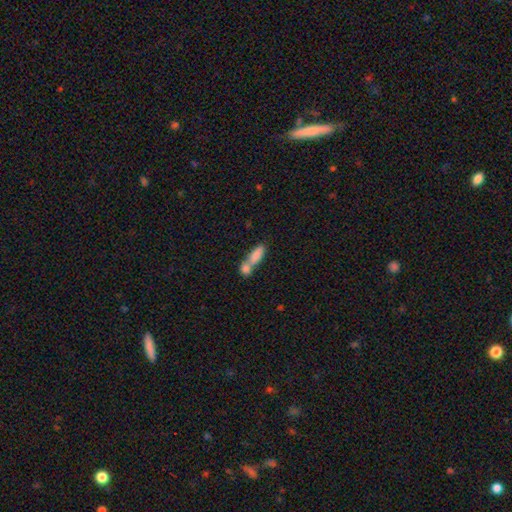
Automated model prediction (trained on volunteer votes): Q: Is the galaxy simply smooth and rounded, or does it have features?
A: smooth — 80%.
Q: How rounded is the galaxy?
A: in between — 63%.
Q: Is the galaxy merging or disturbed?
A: merger — 64%.